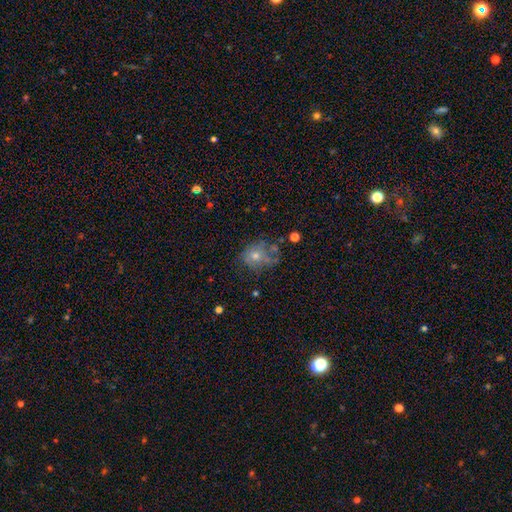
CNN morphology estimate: Smooth or featured: smooth — 61% (featured or disk — 26%)
How rounded: round — 69% (in between — 30%)
Merging: none — 48% (minor disturbance — 25%)